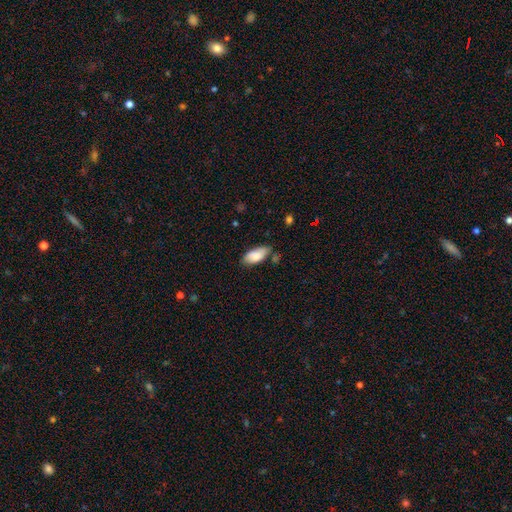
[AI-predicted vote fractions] Overall: smooth (83%). How rounded: in between (90%). Merging: none (69%).